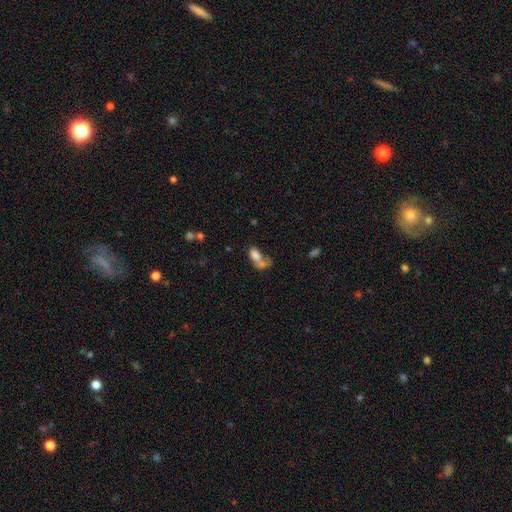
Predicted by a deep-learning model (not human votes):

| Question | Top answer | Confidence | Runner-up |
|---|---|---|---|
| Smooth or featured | smooth | 75% | featured or disk (15%) |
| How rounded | in between | 86% | round (10%) |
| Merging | merger | 60% | none (20%) |